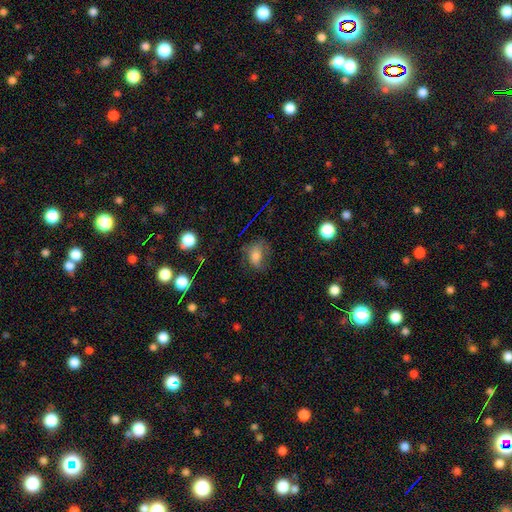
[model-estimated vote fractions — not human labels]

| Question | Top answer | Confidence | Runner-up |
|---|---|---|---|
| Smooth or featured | smooth | 64% | featured or disk (21%) |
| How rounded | in between | 67% | round (31%) |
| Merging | none | 54% | minor disturbance (26%) |